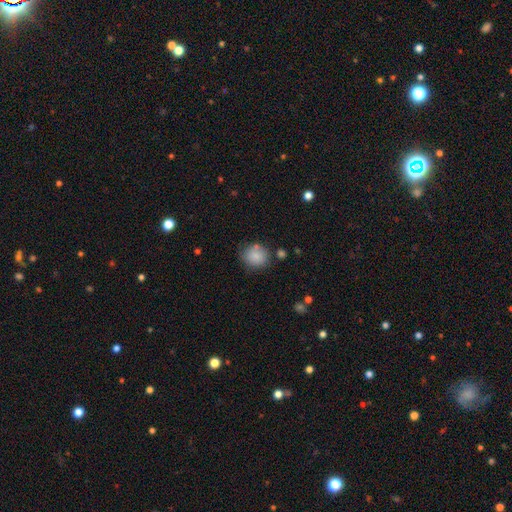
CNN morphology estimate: smooth-or-featured: smooth: 85% | star or artifact: 9% | featured or disk: 6%
  how-rounded: round: 78% | in between: 21% | cigar-shaped: 1%
  merging: none: 74% | minor disturbance: 16% | merger: 6% | major disturbance: 5%